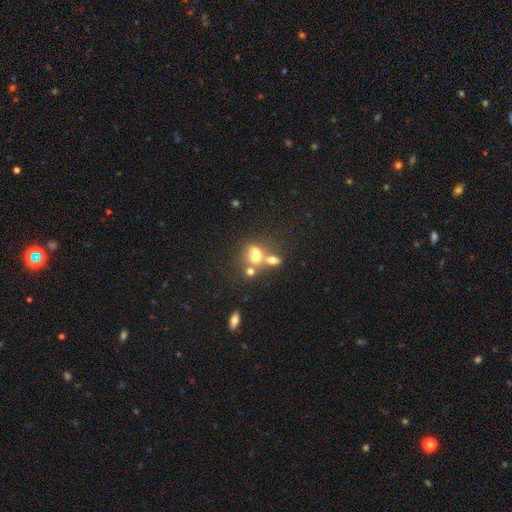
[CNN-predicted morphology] Q: Smooth or featured?
A: smooth (58%); runner-up: featured or disk (26%)
Q: How rounded?
A: round (53%); runner-up: in between (44%)
Q: Merging?
A: merger (59%); runner-up: none (26%)